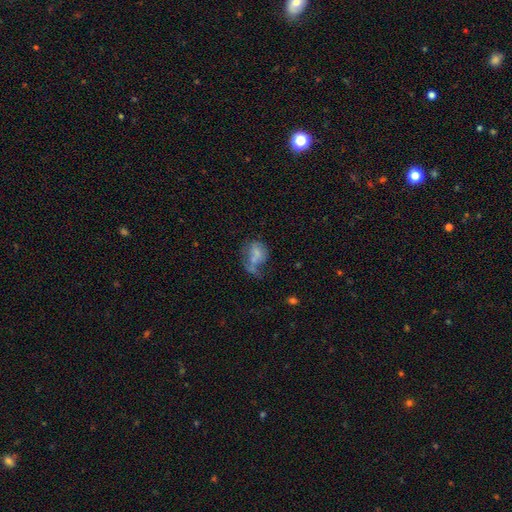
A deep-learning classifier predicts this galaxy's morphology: type=smooth (54%); roundness=in between (55%); merging=merger (29%).